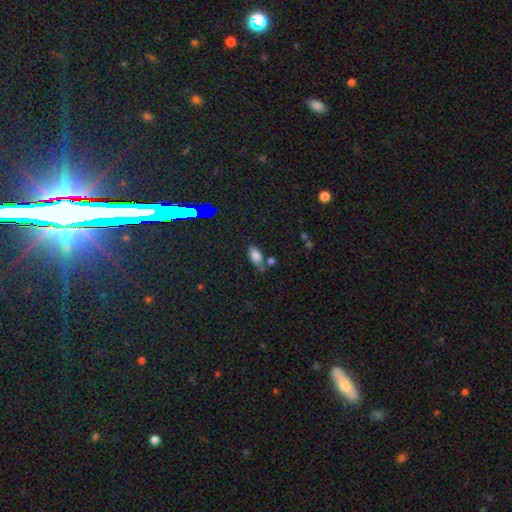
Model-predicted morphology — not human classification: Smooth or featured? Predicted: smooth (p=0.76). How rounded? Predicted: in between (p=0.88). Merging? Predicted: none (p=0.56).